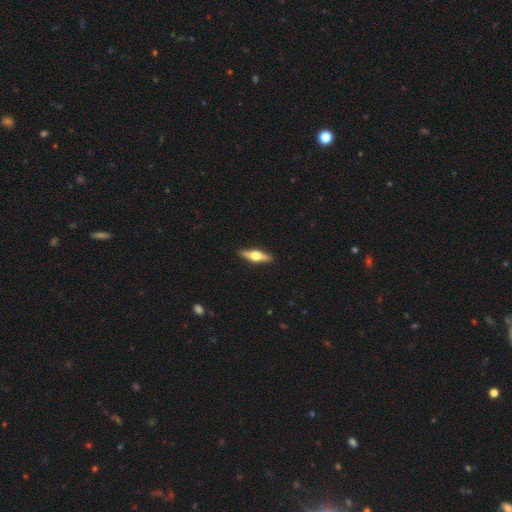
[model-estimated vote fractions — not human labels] smooth_or_featured: featured or disk (p=0.67) [alt: smooth p=0.27]
disk_edge_on: yes (p=0.96) [alt: no p=0.04]
edge_on_bulge: rounded (p=0.95) [alt: boxy p=0.03]
merging: none (p=0.91) [alt: minor disturbance p=0.07]